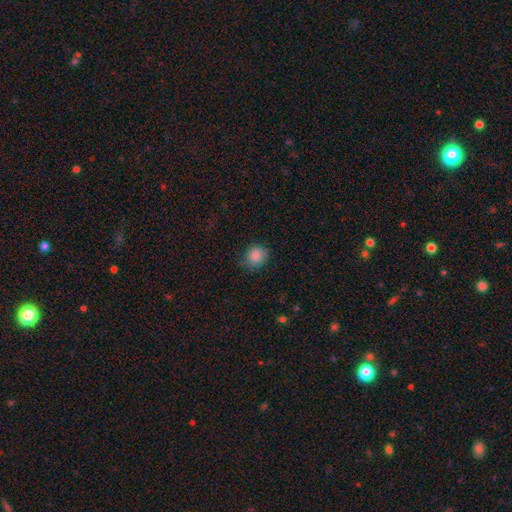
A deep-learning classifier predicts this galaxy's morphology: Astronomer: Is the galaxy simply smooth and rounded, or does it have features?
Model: smooth — 87%.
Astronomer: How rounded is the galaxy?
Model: round — 78%.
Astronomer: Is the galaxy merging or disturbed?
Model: none — 76%.